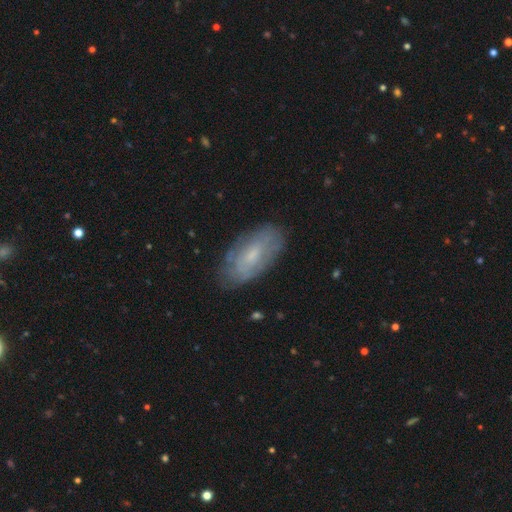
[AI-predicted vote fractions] Smooth or featured?
  - smooth: 46% *
  - featured or disk: 42%
  - star or artifact: 12%
Merging?
  - none: 82% *
  - minor disturbance: 13%
  - major disturbance: 3%
  - merger: 1%